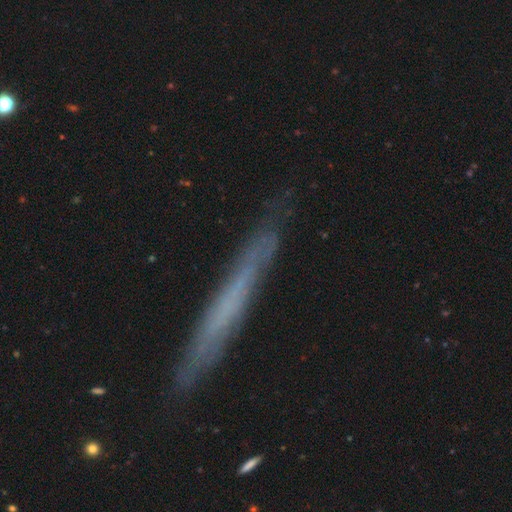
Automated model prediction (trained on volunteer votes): This is possibly a featured or disk galaxy (52%). It is clearly viewed edge-on (89%). Merging: clearly none (82%).